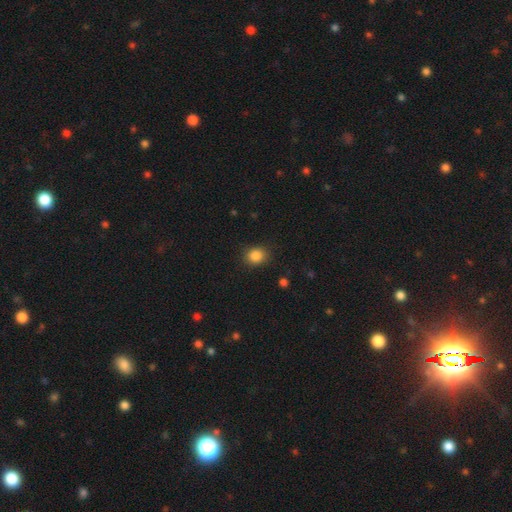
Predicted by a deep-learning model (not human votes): Smooth or featured?
  - smooth: 86% *
  - star or artifact: 10%
  - featured or disk: 4%
How rounded?
  - round: 67% *
  - in between: 32%
  - cigar-shaped: 1%
Merging?
  - none: 85% *
  - minor disturbance: 11%
  - major disturbance: 3%
  - merger: 1%